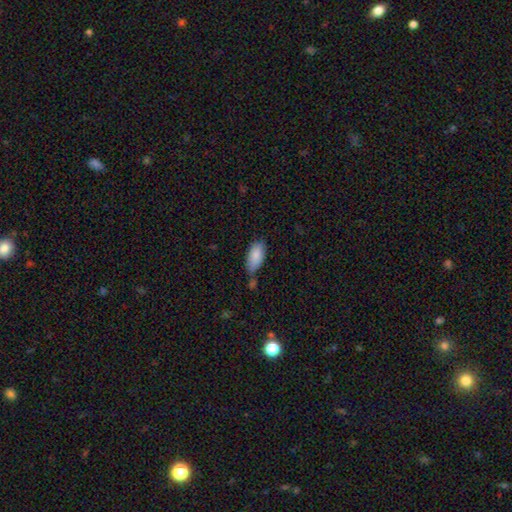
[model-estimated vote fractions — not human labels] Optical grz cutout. It shows a smooth galaxy with no disk features (87%) that is in between round and cigar-shaped (93%). Merging: none (59%).